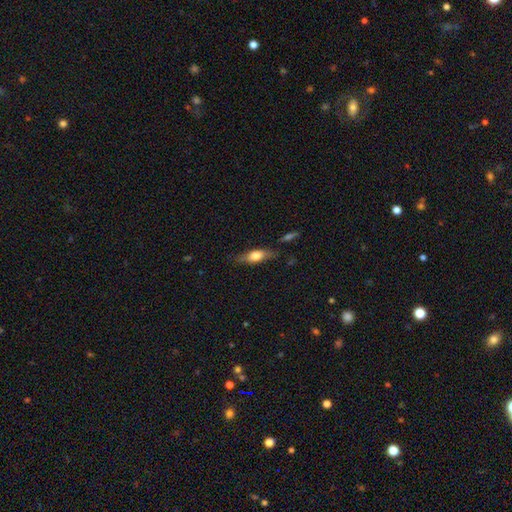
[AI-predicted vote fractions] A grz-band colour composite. It shows a smooth galaxy with no disk features (60%) that is in between round and cigar-shaped (57%). Merging: none (71%).